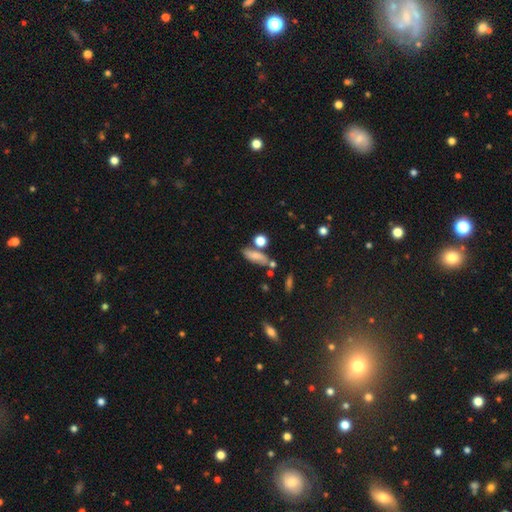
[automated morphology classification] Smooth or featured? smooth (69%)
How rounded? in between (63%)
Merging? none (61%)